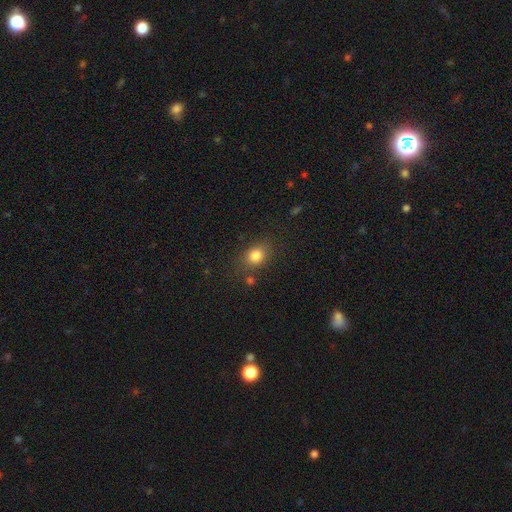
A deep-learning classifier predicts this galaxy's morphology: The model was most divided on "how rounded": round: 54%, in between: 45%, cigar-shaped: 1%. More confident: smooth or featured — smooth (82%); merging — none (75%).